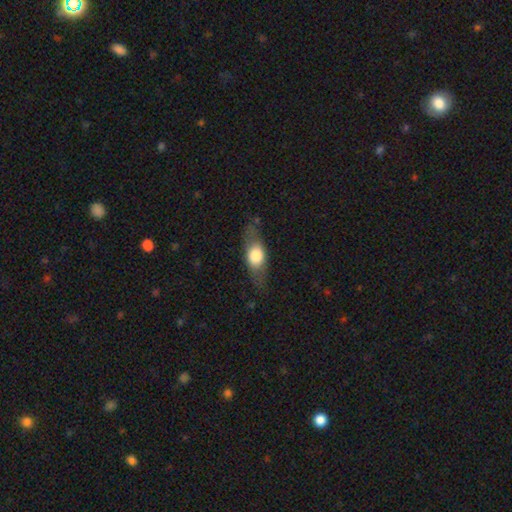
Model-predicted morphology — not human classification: smooth-or-featured: smooth: 58% | featured or disk: 35% | star or artifact: 7%
  how-rounded: in between: 65% | cigar-shaped: 22% | round: 13%
  merging: none: 74% | minor disturbance: 17% | major disturbance: 7% | merger: 2%